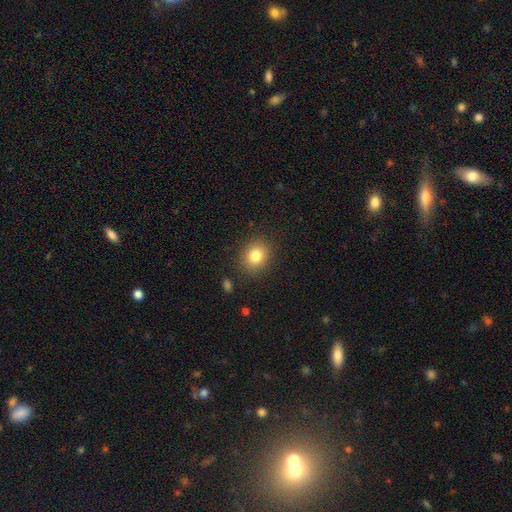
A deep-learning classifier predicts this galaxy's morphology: Q: Smooth or featured?
A: smooth (81%); runner-up: star or artifact (11%)
Q: How rounded?
A: round (70%); runner-up: in between (29%)
Q: Merging?
A: none (87%); runner-up: minor disturbance (9%)